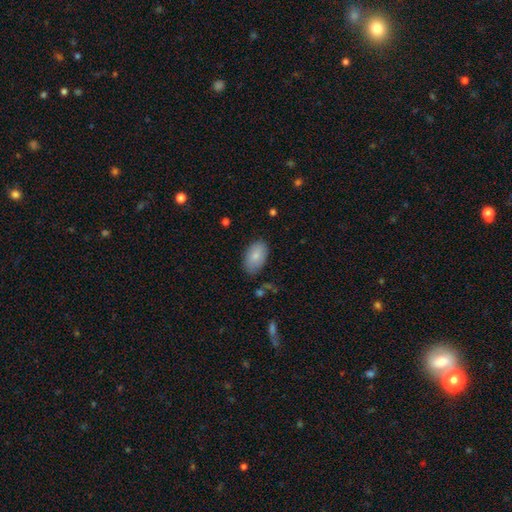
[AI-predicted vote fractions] A smooth galaxy with no disk features (84%) that is in between round and cigar-shaped (94%). Merging: none (83%).